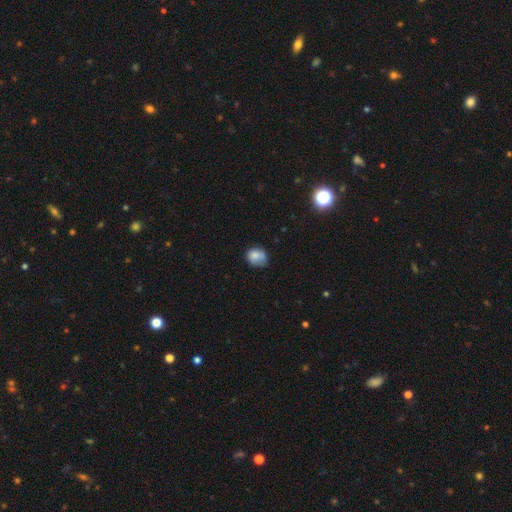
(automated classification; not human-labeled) Overall: smooth (77%). How rounded: round (63%; in between 36%). Merging: none (47%; minor disturbance 34%).